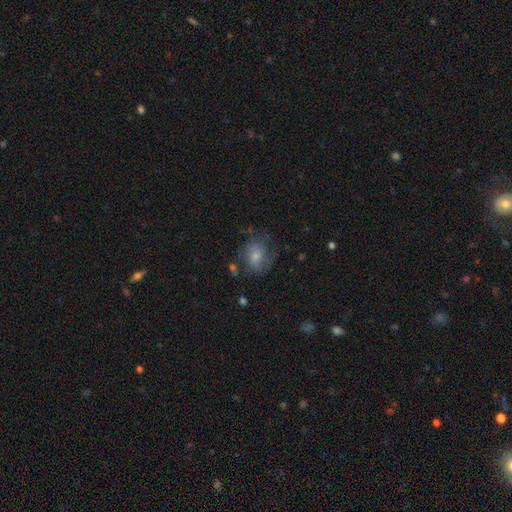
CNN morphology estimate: Smooth or featured?
  - smooth: 53% *
  - featured or disk: 37%
  - star or artifact: 10%
How rounded?
  - round: 57% *
  - in between: 42%
  - cigar-shaped: 1%
Merging?
  - none: 54% *
  - minor disturbance: 25%
  - major disturbance: 19%
  - merger: 3%